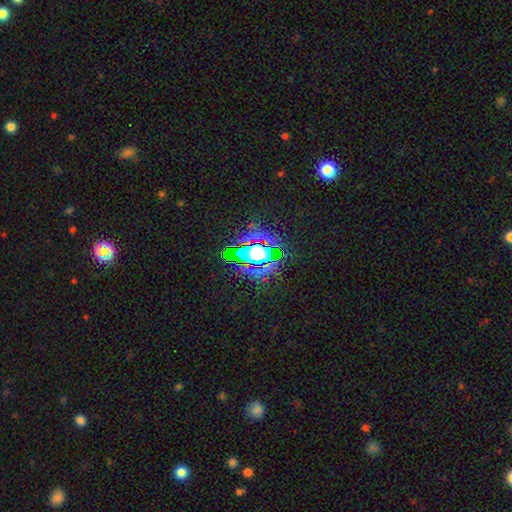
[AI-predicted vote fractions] The model was most divided on "smooth or featured": star or artifact: 79%, smooth: 12%, featured or disk: 9%.